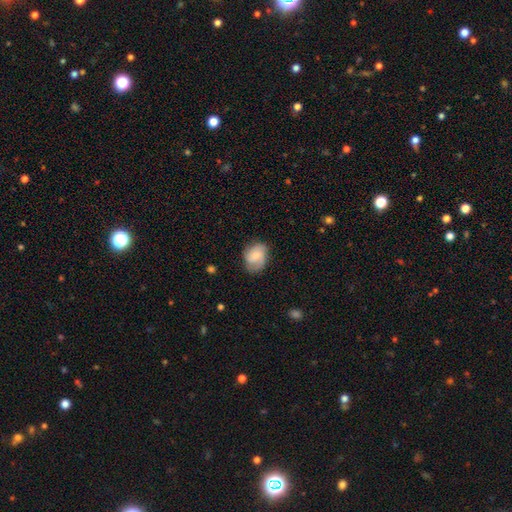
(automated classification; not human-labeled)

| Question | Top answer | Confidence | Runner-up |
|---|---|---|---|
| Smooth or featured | smooth | 51% | featured or disk (42%) |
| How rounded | in between | 53% | round (46%) |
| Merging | none | 65% | minor disturbance (26%) |